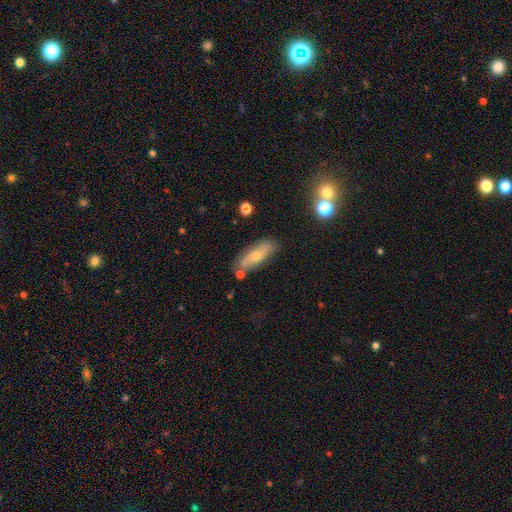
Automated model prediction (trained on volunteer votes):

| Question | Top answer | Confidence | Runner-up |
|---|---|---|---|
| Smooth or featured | smooth | 50% | featured or disk (41%) |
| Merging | none | 76% | minor disturbance (15%) |